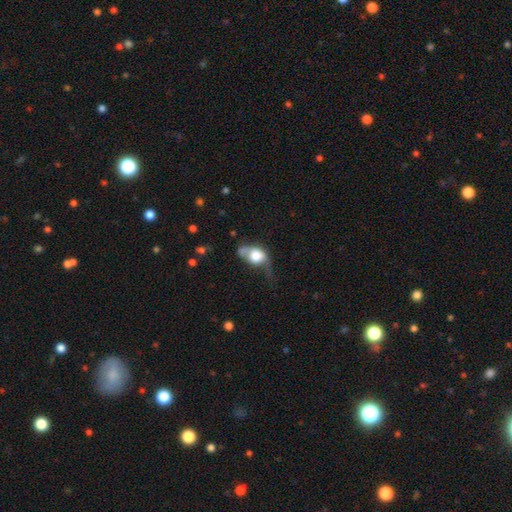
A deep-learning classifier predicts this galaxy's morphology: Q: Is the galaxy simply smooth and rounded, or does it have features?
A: smooth — 60%.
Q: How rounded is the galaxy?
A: in between — 64%.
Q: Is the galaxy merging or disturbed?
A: major disturbance — 44%.